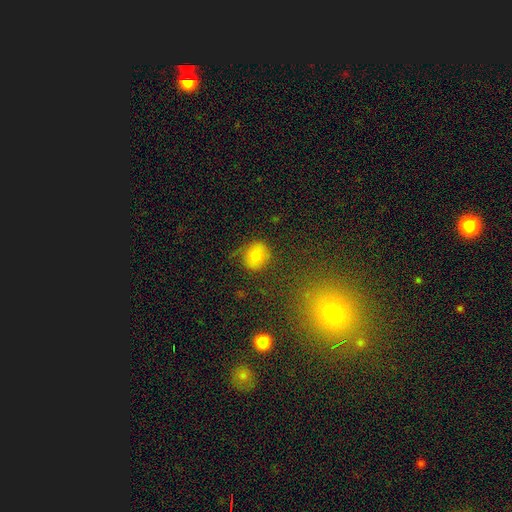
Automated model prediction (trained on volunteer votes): Q: Smooth or featured?
A: smooth (74%); runner-up: featured or disk (13%)
Q: How rounded?
A: round (69%); runner-up: in between (30%)
Q: Merging?
A: none (66%); runner-up: minor disturbance (22%)